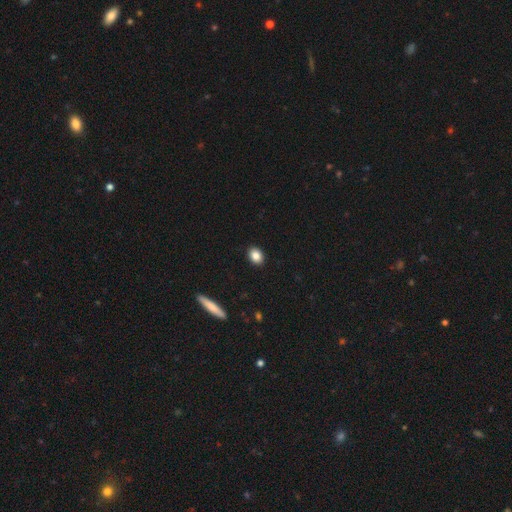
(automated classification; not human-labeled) Q: Smooth or featured?
A: smooth (85%); runner-up: star or artifact (9%)
Q: How rounded?
A: in between (64%); runner-up: round (35%)
Q: Merging?
A: none (91%); runner-up: minor disturbance (6%)